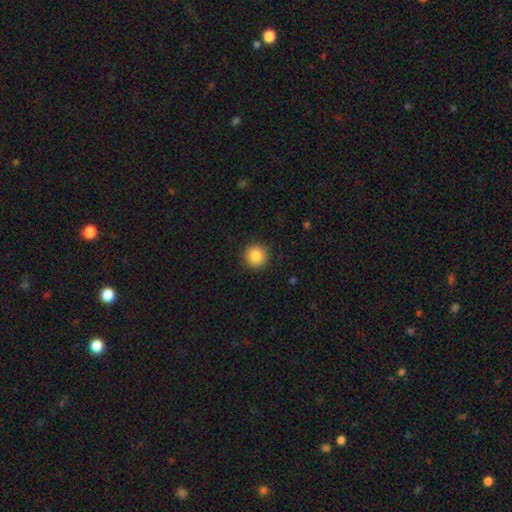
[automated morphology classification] This is clearly a smooth galaxy (87%). How rounded: clearly round (95%). Merging: clearly none (92%).